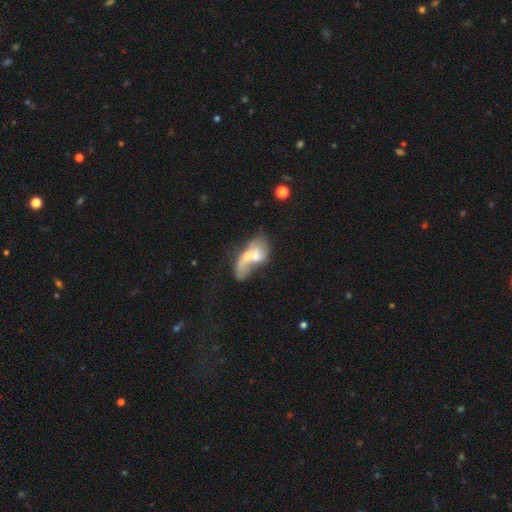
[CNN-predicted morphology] featured or disk 52%, smooth 40%, star or artifact 8%. Down the decision tree: edge-on disk — no (94%); merging — merger (65%).